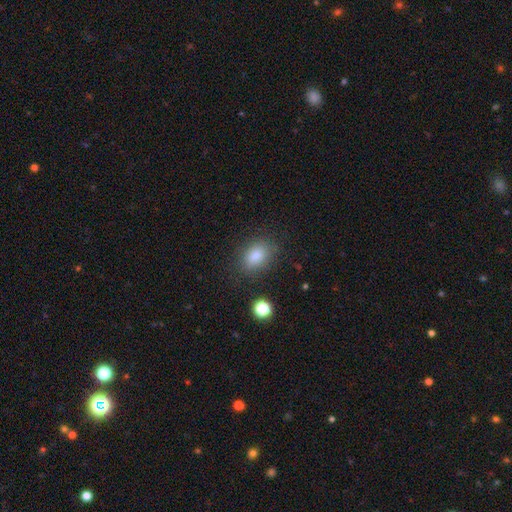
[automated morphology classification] Overall: smooth (82%). How rounded: in between (75%). Merging: none (82%).